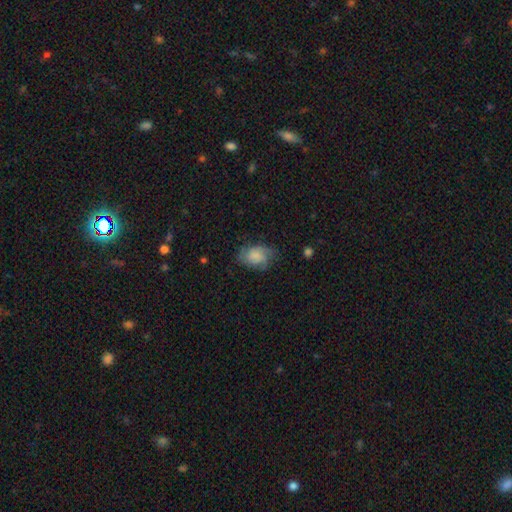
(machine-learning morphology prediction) smooth 61%, featured or disk 30%, star or artifact 9%. Down the decision tree: how rounded — in between (78%); merging — none (59%).